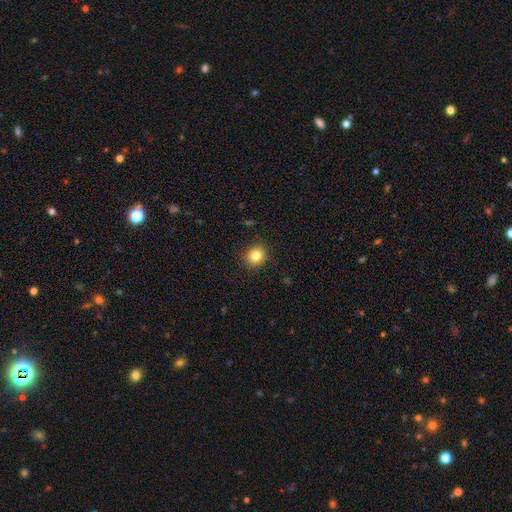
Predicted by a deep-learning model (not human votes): smooth_or_featured: smooth (p=0.84) [alt: star or artifact p=0.11]
how_rounded: round (p=0.73) [alt: in between p=0.26]
merging: none (p=0.88) [alt: minor disturbance p=0.08]